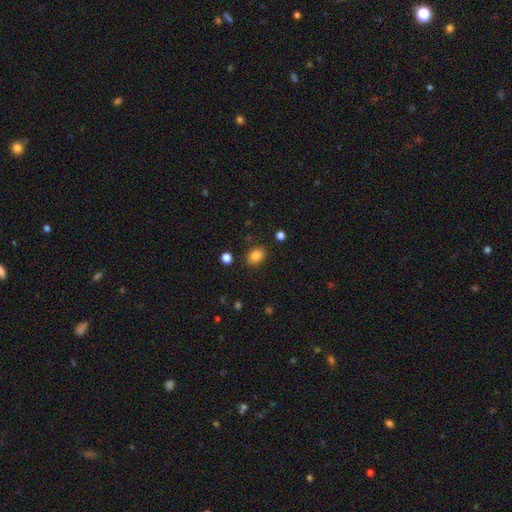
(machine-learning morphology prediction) A smooth galaxy with no disk features (85%) that is in between round and cigar-shaped (63%). Merging: none (84%).